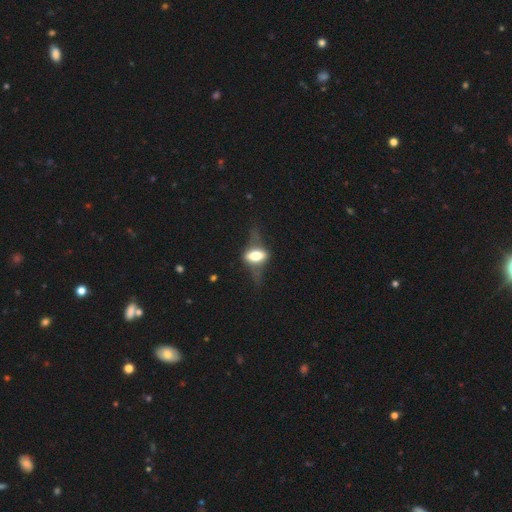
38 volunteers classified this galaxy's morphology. featured or disk 61%, smooth 26%, star or artifact 13%. Down the decision tree: edge-on disk — yes (52%); edge-on bulge — rounded (100%); merging — none (58%).